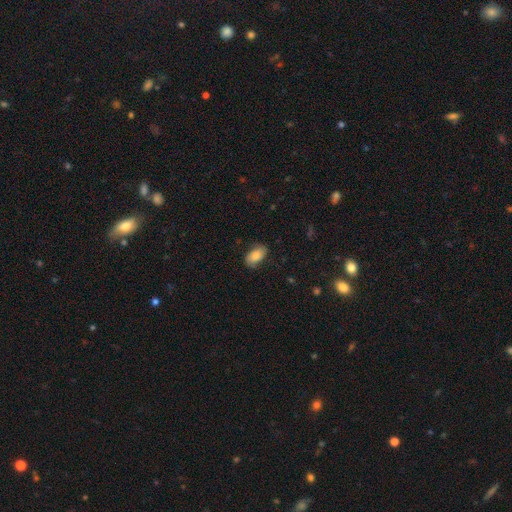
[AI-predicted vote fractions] Smooth or featured: smooth — 72% (featured or disk — 20%)
How rounded: in between — 93% (round — 6%)
Merging: none — 75% (minor disturbance — 19%)